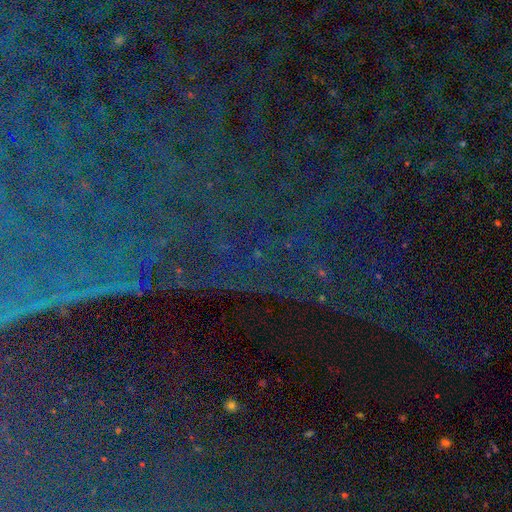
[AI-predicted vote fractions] Q: Smooth or featured?
A: star or artifact (85%); runner-up: featured or disk (8%)